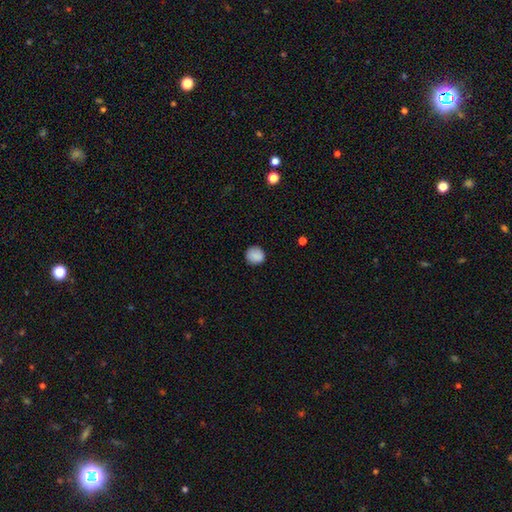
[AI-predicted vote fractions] Smooth or featured?
  - smooth: 87% *
  - star or artifact: 8%
  - featured or disk: 4%
How rounded?
  - round: 89% *
  - in between: 10%
  - cigar-shaped: 1%
Merging?
  - none: 86% *
  - minor disturbance: 11%
  - major disturbance: 2%
  - merger: 1%